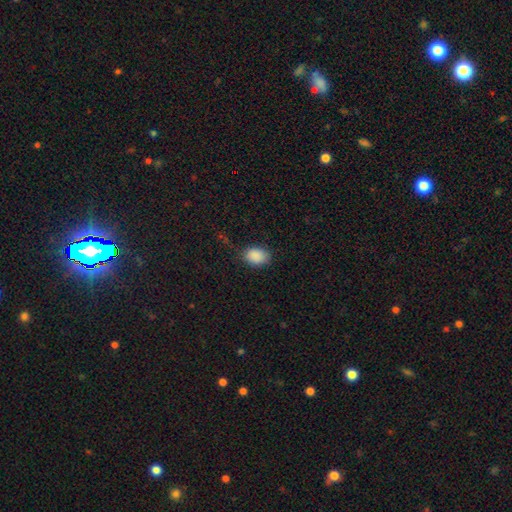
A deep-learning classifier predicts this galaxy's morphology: Smooth or featured? smooth (89%)
How rounded? in between (73%)
Merging? none (79%)